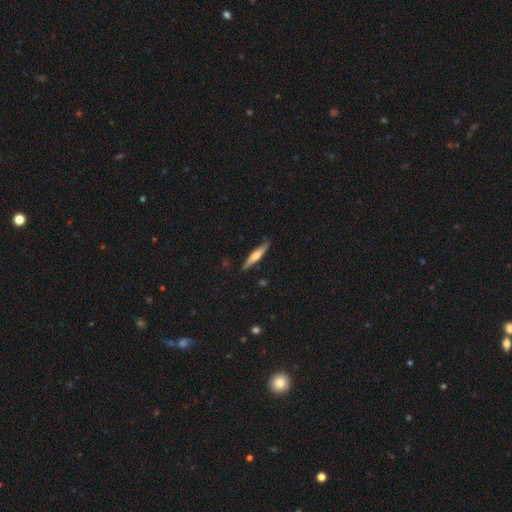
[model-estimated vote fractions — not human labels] Overall: featured or disk (48%; smooth 46%). Merging: none (85%).